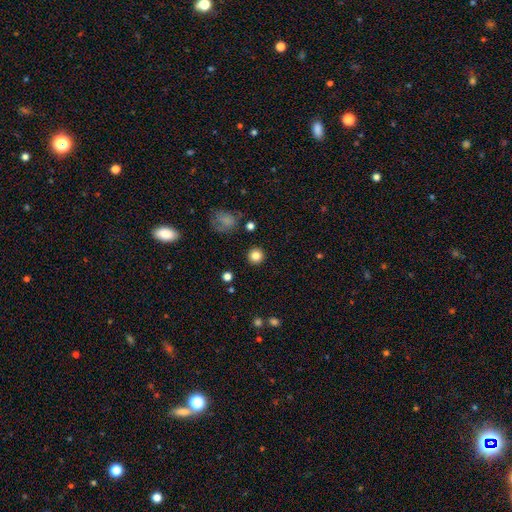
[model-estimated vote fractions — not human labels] A smooth galaxy with no disk features (83%) that is round (94%). Merging: none (91%).